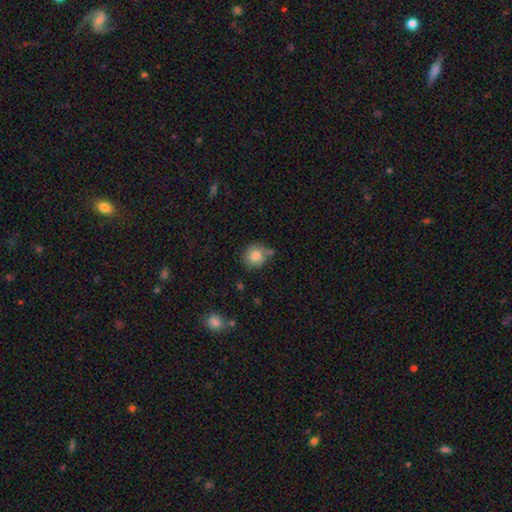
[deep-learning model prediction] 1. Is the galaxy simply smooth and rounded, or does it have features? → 83% smooth, 9% star or artifact, 9% featured or disk.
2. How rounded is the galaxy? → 87% round, 12% in between, 1% cigar-shaped.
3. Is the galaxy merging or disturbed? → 63% none, 21% minor disturbance, 11% merger, 5% major disturbance.